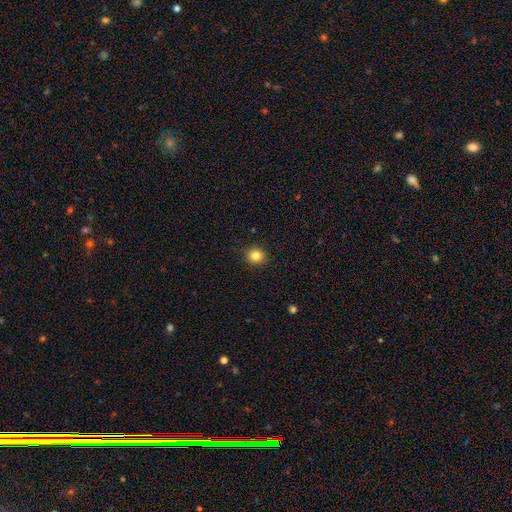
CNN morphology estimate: This appears to be a smooth galaxy with no disk features (83%) that is round (90%). Merging: none (92%).